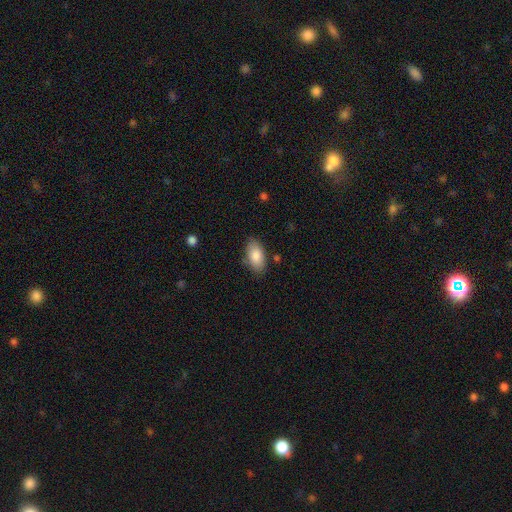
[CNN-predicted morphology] Q: Smooth or featured?
A: smooth (85%); runner-up: featured or disk (8%)
Q: How rounded?
A: in between (93%); runner-up: round (4%)
Q: Merging?
A: none (81%); runner-up: minor disturbance (14%)